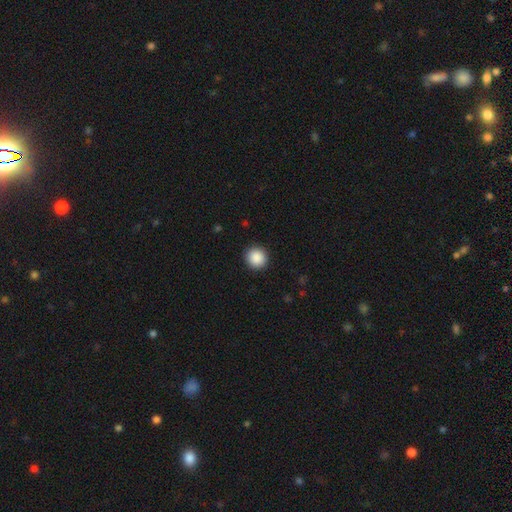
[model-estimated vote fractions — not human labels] smooth_or_featured: smooth (p=0.89) [alt: star or artifact p=0.08]
how_rounded: round (p=0.94) [alt: in between p=0.05]
merging: none (p=0.92) [alt: minor disturbance p=0.05]